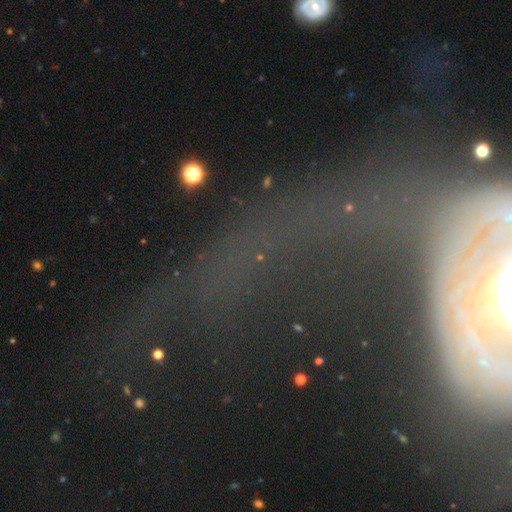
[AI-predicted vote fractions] A featured or disk galaxy (50%).

Vote fractions:
- Smooth or featured? featured or disk: 50% / star or artifact: 30% / smooth: 20%
- Merging? major disturbance: 41% / none: 34% / minor disturbance: 13% / merger: 11%